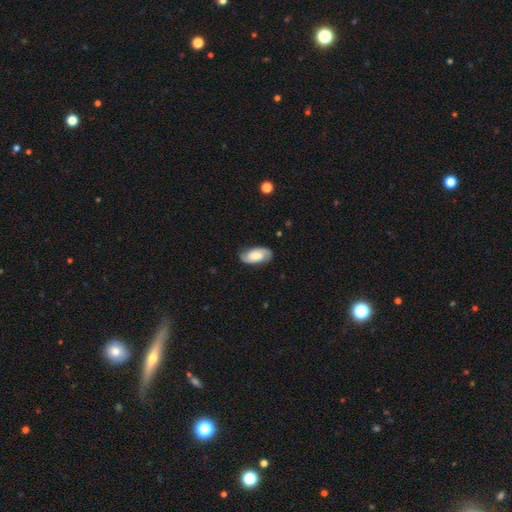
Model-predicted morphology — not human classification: Q: Smooth or featured?
A: featured or disk (54%); runner-up: smooth (39%)
Q: Edge-on disk?
A: no (94%); runner-up: yes (6%)
Q: Bar?
A: no (55%); runner-up: weak (34%)
Q: Spiral arms?
A: yes (90%); runner-up: no (10%)
Q: Bulge size?
A: moderate (38%); runner-up: small (26%)
Q: Merging?
A: none (81%); runner-up: minor disturbance (14%)